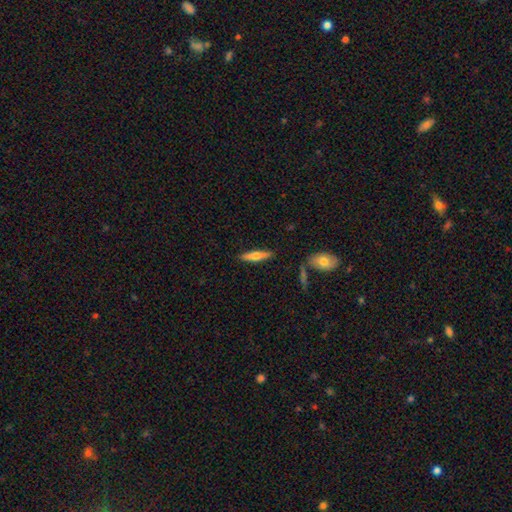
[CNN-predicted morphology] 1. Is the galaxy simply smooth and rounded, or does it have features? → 57% smooth, 37% featured or disk, 6% star or artifact.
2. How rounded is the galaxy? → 80% cigar-shaped, 18% in between, 2% round.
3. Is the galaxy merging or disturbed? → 87% none, 8% minor disturbance, 2% merger, 2% major disturbance.